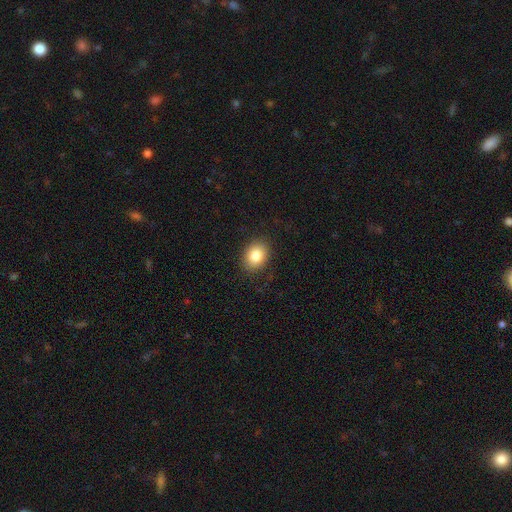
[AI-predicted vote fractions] A smooth galaxy with no disk features (84%) that is in between round and cigar-shaped (57%). Merging: none (87%).